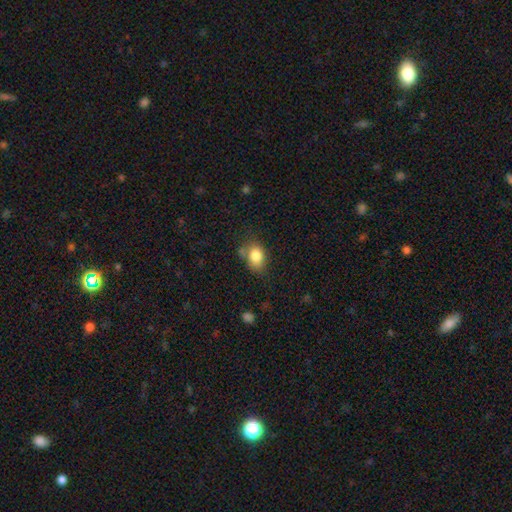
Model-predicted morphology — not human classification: A smooth galaxy with no disk features (83%) that is in between round and cigar-shaped (66%).

Vote fractions:
- Smooth or featured? smooth: 83% / star or artifact: 9% / featured or disk: 8%
- How rounded? in between: 66% / round: 33% / cigar-shaped: 1%
- Merging? none: 61% / minor disturbance: 23% / merger: 9% / major disturbance: 7%